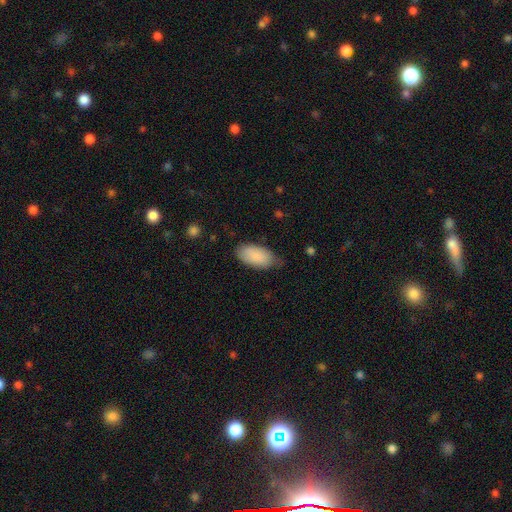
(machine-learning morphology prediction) The model was most divided on "merging": none: 65%, minor disturbance: 28%, major disturbance: 5%, merger: 2%. More confident: how rounded — in between (94%); smooth or featured — smooth (89%).